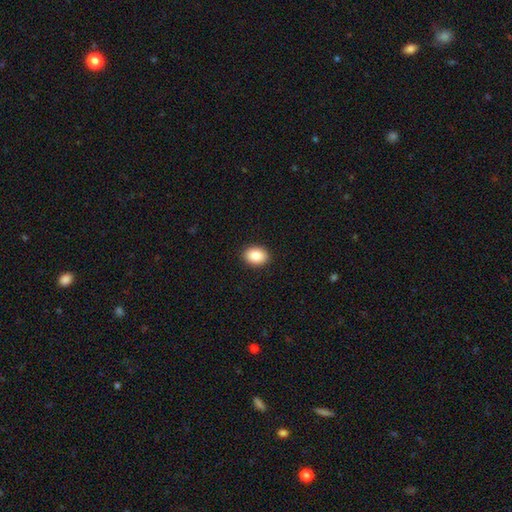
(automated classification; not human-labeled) A smooth galaxy with no disk features (86%) that is in between round and cigar-shaped (67%).

Vote fractions:
- Smooth or featured? smooth: 86% / star or artifact: 8% / featured or disk: 6%
- How rounded? in between: 67% / round: 32% / cigar-shaped: 1%
- Merging? none: 91% / minor disturbance: 6% / major disturbance: 2% / merger: 1%